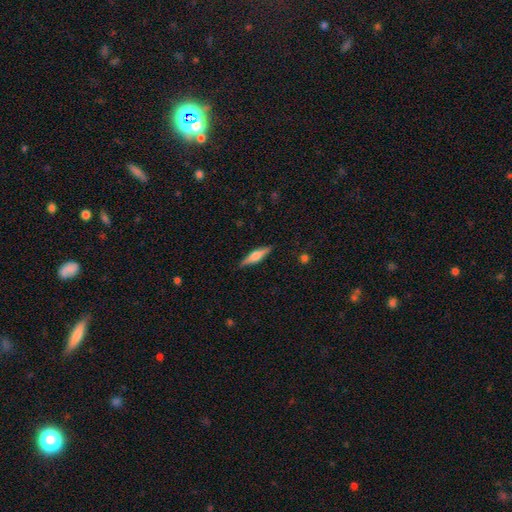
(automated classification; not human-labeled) Overall: featured or disk (54%; smooth 40%). Edge-on disk: yes (96%). Edge-on bulge: rounded (85%). Merging: none (88%).